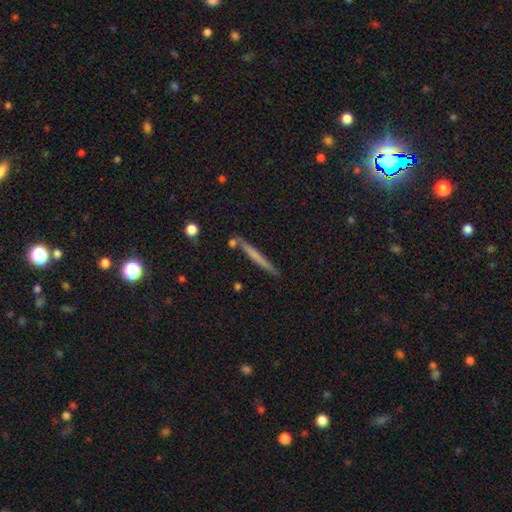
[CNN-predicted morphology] Smooth or featured? smooth (57%)
How rounded? cigar-shaped (96%)
Merging? none (84%)